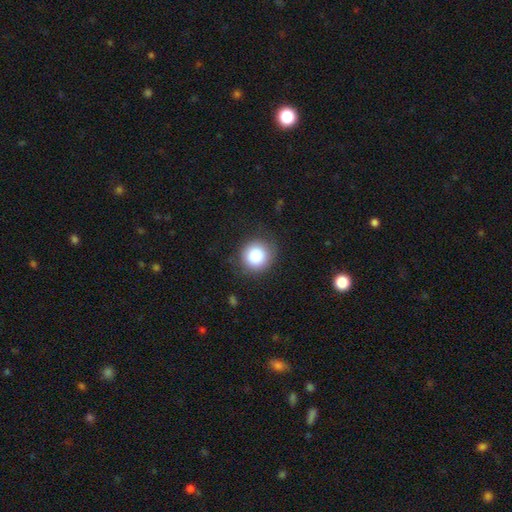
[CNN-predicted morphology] Q: Smooth or featured?
A: smooth (84%); runner-up: star or artifact (9%)
Q: How rounded?
A: round (90%); runner-up: in between (9%)
Q: Merging?
A: none (82%); runner-up: minor disturbance (13%)